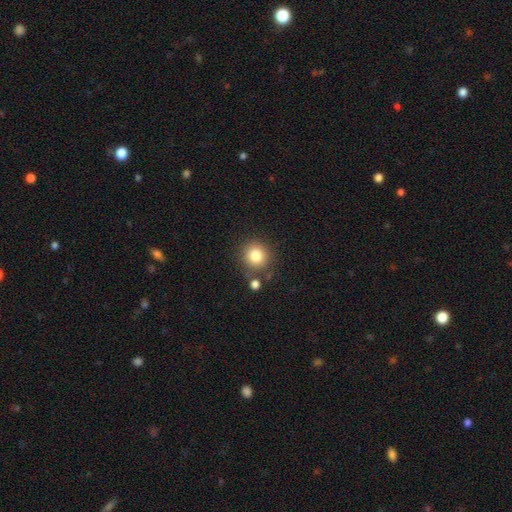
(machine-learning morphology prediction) type=smooth (83%); roundness=round (91%); merging=none (79%).